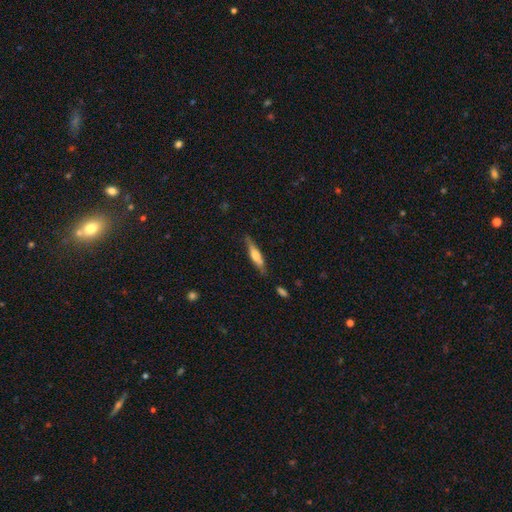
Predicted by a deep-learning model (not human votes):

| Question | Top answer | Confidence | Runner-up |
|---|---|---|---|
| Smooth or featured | smooth | 48% | featured or disk (46%) |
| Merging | none | 79% | minor disturbance (15%) |